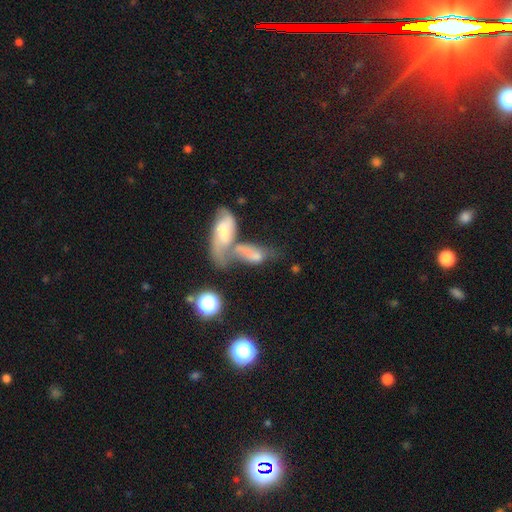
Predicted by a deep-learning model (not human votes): The model was most divided on "smooth or featured": smooth: 51%, featured or disk: 37%, star or artifact: 12%. More confident: how rounded — in between (81%); merging — merger (69%).